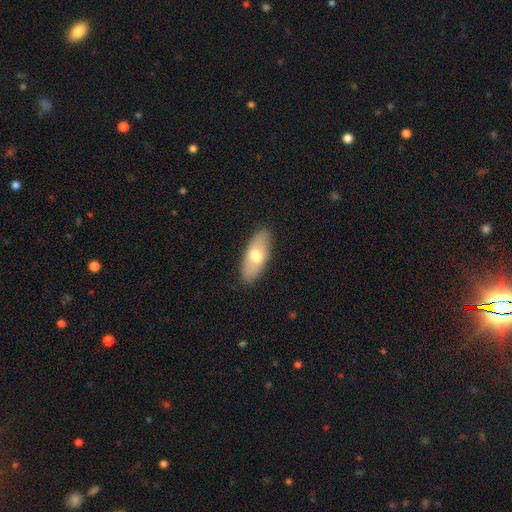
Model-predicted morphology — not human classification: A smooth galaxy with no disk features (65%) that is in between round and cigar-shaped (82%).

Vote fractions:
- Smooth or featured? smooth: 65% / featured or disk: 29% / star or artifact: 6%
- How rounded? in between: 82% / cigar-shaped: 15% / round: 3%
- Merging? none: 87% / minor disturbance: 10% / major disturbance: 2% / merger: 1%